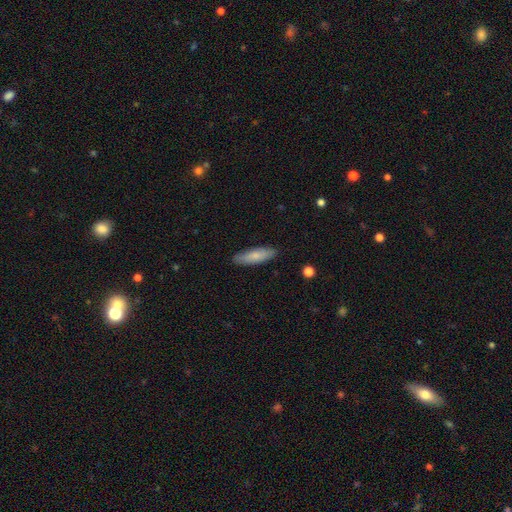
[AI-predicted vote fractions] Smooth or featured: smooth — 77% (featured or disk — 18%)
How rounded: cigar-shaped — 57% (in between — 41%)
Merging: none — 87% (minor disturbance — 10%)